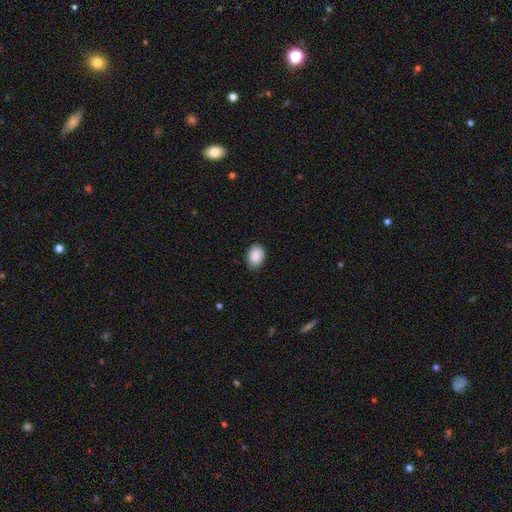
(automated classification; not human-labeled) Overall: smooth (90%). How rounded: in between (77%). Merging: none (85%).